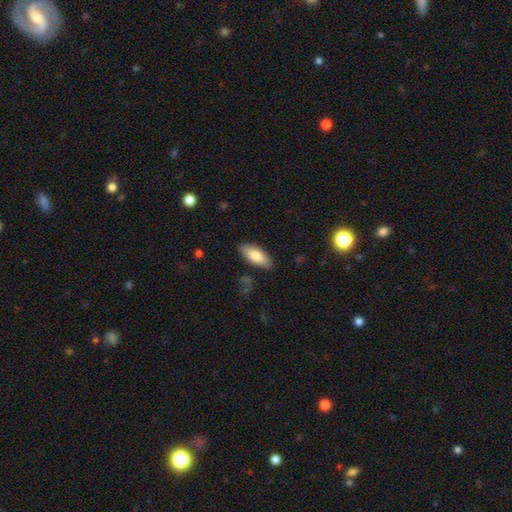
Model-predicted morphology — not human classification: A smooth galaxy with no disk features (79%) that is in between round and cigar-shaped (81%).

Vote fractions:
- Smooth or featured? smooth: 79% / featured or disk: 15% / star or artifact: 6%
- How rounded? in between: 81% / cigar-shaped: 17% / round: 2%
- Merging? none: 86% / minor disturbance: 11% / major disturbance: 2% / merger: 1%